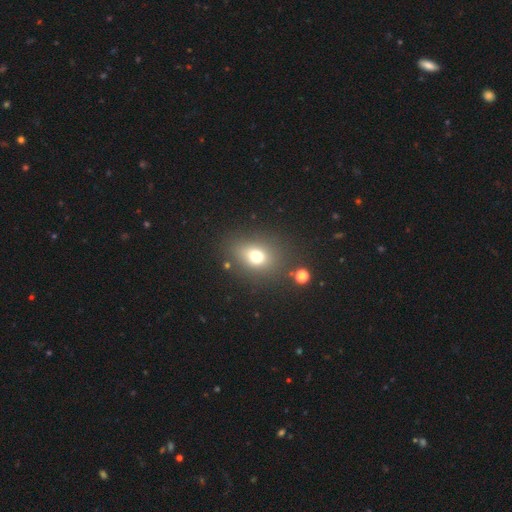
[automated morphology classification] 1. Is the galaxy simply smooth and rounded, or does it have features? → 72% smooth, 16% star or artifact, 12% featured or disk.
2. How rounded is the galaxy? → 54% in between, 44% round, 2% cigar-shaped.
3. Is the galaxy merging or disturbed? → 76% none, 13% minor disturbance, 6% major disturbance, 5% merger.